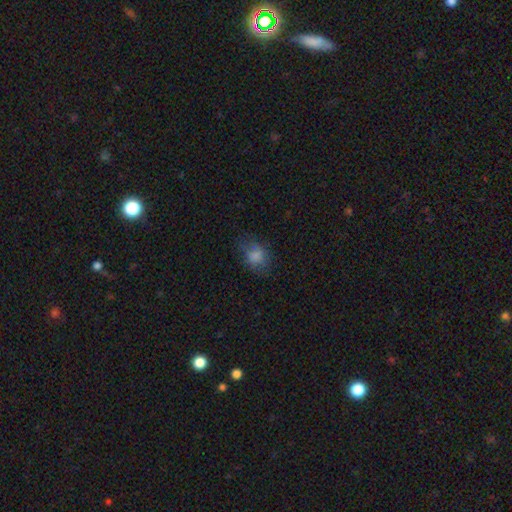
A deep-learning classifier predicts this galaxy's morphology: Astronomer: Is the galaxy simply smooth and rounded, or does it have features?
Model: smooth — 79%.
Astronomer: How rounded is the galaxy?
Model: in between — 55% (runner-up: round, 43%).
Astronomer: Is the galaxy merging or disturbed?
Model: none — 61%.